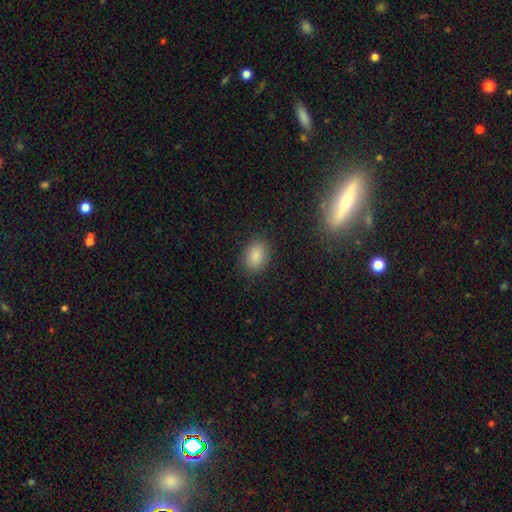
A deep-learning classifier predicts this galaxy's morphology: This is clearly a smooth galaxy (87%). How rounded: likely in between (75%). Merging: clearly none (86%).